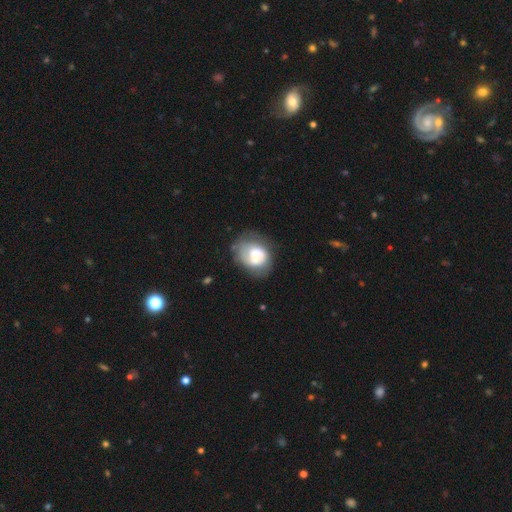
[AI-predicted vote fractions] Smooth or featured?
  - smooth: 51% *
  - featured or disk: 41%
  - star or artifact: 8%
How rounded?
  - in between: 51% *
  - round: 48%
  - cigar-shaped: 1%
Merging?
  - none: 47% *
  - minor disturbance: 28%
  - major disturbance: 20%
  - merger: 5%